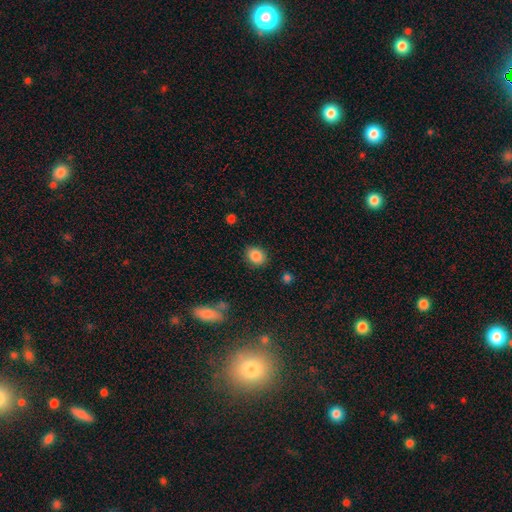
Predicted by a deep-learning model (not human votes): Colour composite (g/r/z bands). It shows a smooth galaxy with no disk features (86%) that is in between round and cigar-shaped (50%). Merging: none (86%).